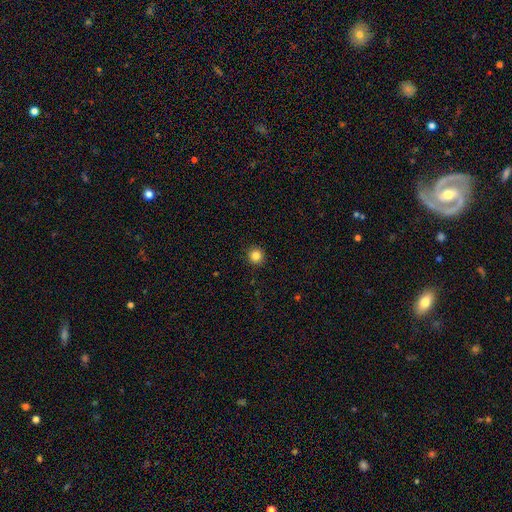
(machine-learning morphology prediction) type=smooth (85%); roundness=round (95%); merging=none (92%).